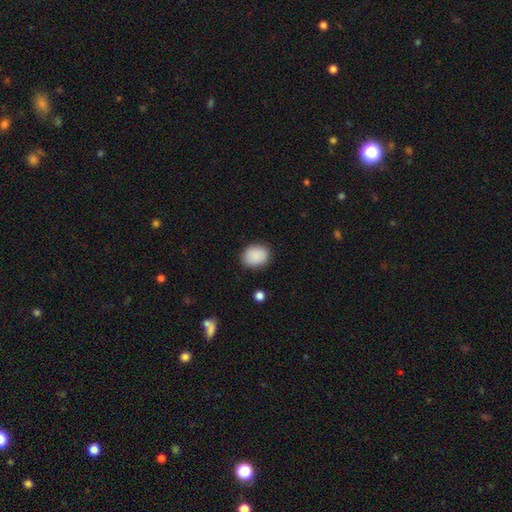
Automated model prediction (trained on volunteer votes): Smooth or featured? smooth (89%)
How rounded? in between (56%)
Merging? none (86%)